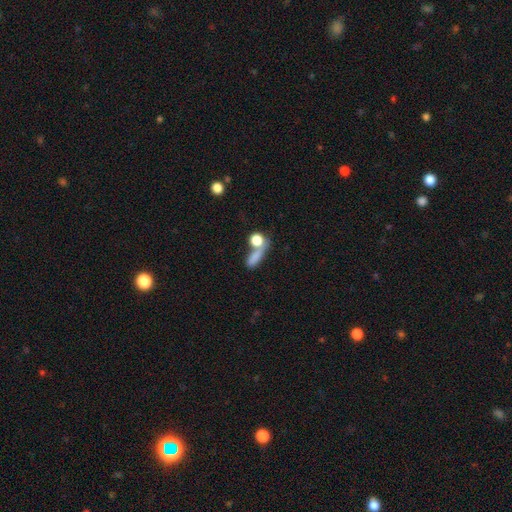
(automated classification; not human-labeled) smooth 76%, featured or disk 13%, star or artifact 11%. Down the decision tree: how rounded — in between (41%); merging — none (41%).